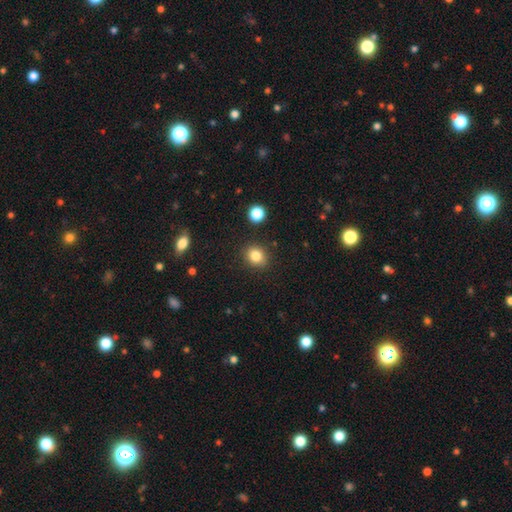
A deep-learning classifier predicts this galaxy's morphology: Smooth or featured? smooth (83%)
How rounded? round (69%)
Merging? none (88%)